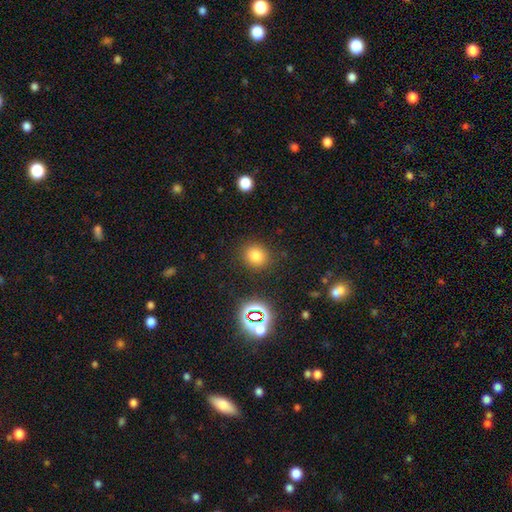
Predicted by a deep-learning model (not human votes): smooth_or_featured: smooth (p=0.76) [alt: star or artifact p=0.18]
how_rounded: round (p=0.83) [alt: in between p=0.16]
merging: none (p=0.87) [alt: minor disturbance p=0.07]